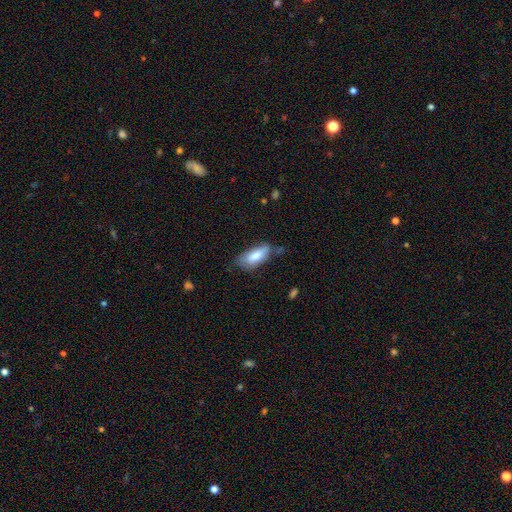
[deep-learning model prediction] Q: Smooth or featured?
A: smooth (78%); runner-up: featured or disk (16%)
Q: How rounded?
A: in between (81%); runner-up: cigar-shaped (17%)
Q: Merging?
A: none (54%); runner-up: minor disturbance (33%)